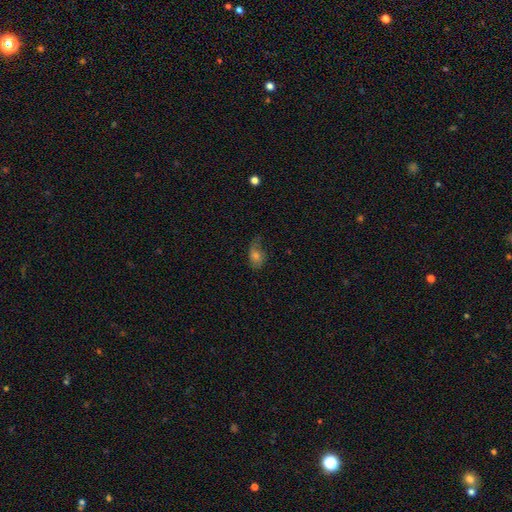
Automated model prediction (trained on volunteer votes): Q: Smooth or featured?
A: smooth (55%); runner-up: featured or disk (30%)
Q: How rounded?
A: in between (73%); runner-up: round (25%)
Q: Merging?
A: none (52%); runner-up: minor disturbance (30%)